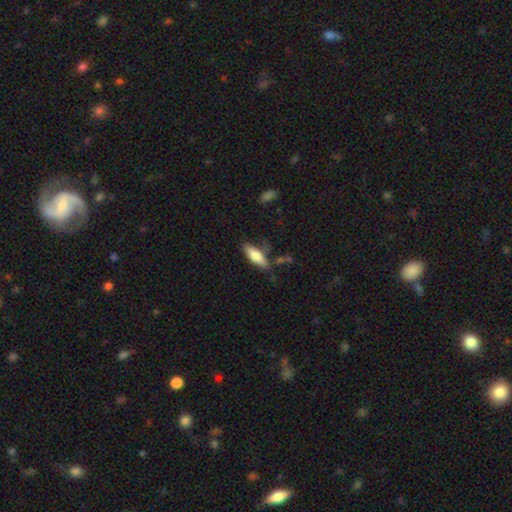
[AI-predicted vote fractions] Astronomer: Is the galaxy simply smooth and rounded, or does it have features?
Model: smooth — 72%.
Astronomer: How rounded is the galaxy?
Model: in between — 52% (runner-up: cigar-shaped, 46%).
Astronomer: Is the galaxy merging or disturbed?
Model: none — 67%.